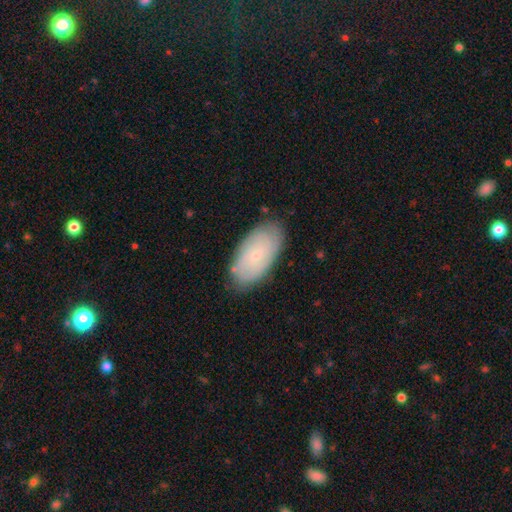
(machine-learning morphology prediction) smooth-or-featured: smooth: 50% | featured or disk: 43% | star or artifact: 7%
  merging: none: 82% | minor disturbance: 14% | major disturbance: 3% | merger: 1%